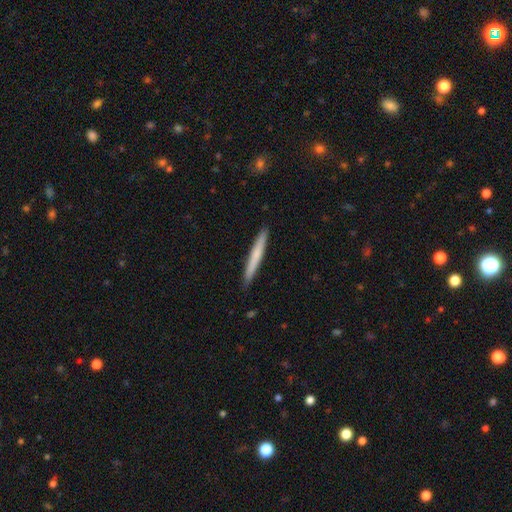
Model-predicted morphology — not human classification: smooth_or_featured: smooth (p=0.64) [alt: featured or disk p=0.31]
how_rounded: cigar-shaped (p=0.97) [alt: in between p=0.02]
merging: none (p=0.92) [alt: minor disturbance p=0.06]